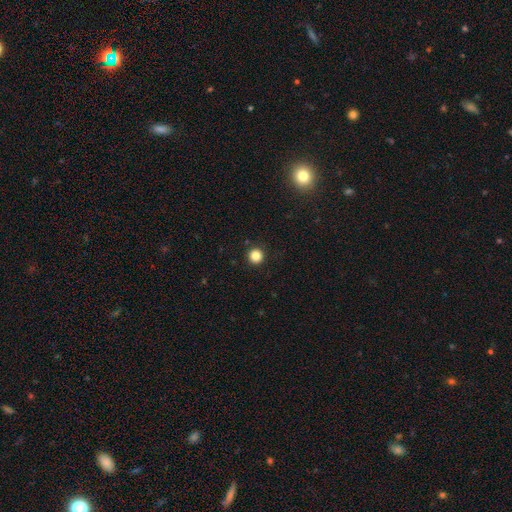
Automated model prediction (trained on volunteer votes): smooth 84%, star or artifact 12%, featured or disk 4%. Down the decision tree: how rounded — round (96%); merging — none (93%).